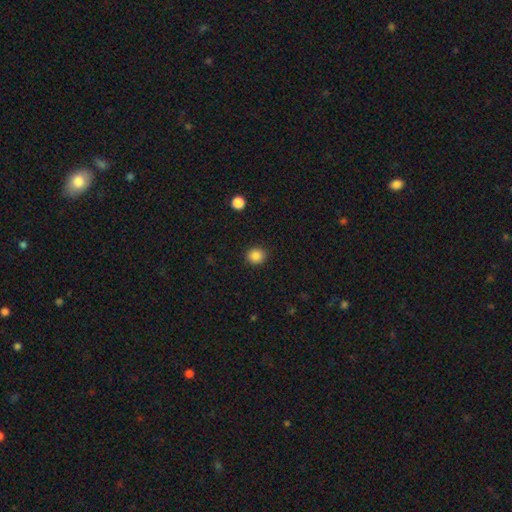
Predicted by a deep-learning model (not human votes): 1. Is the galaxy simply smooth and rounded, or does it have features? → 86% smooth, 11% star or artifact, 3% featured or disk.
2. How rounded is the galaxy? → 86% round, 13% in between, 1% cigar-shaped.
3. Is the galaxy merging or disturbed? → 91% none, 6% minor disturbance, 2% major disturbance, 1% merger.